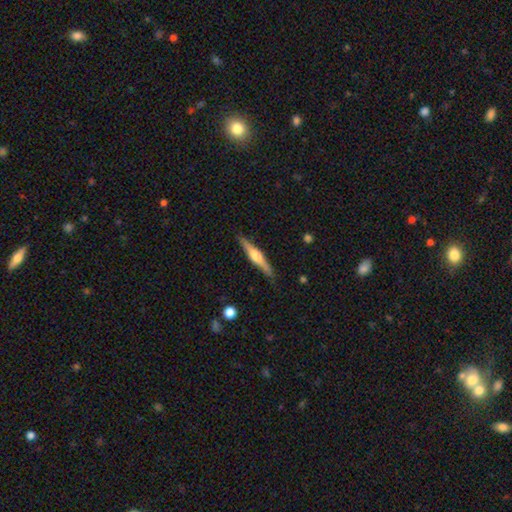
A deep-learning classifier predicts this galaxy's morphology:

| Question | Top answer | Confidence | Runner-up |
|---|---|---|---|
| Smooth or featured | featured or disk | 67% | smooth (28%) |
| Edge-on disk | yes | 98% | no (2%) |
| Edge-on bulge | rounded | 89% | boxy (6%) |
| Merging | none | 89% | minor disturbance (9%) |